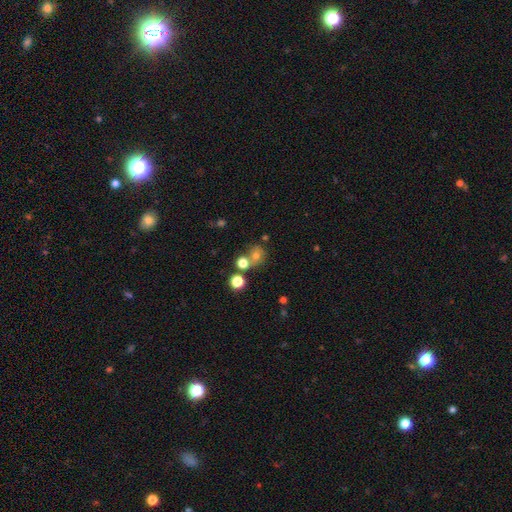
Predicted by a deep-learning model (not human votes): This is likely a smooth galaxy (67%). How rounded: likely round (76%). Merging: possibly none (49%).